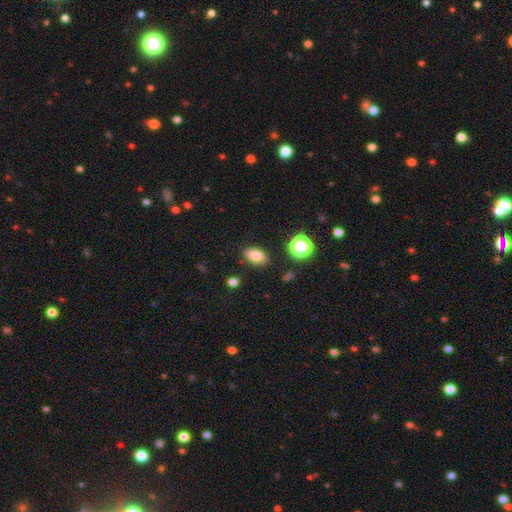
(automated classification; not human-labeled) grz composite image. It shows a smooth galaxy with no disk features (81%) that is in between round and cigar-shaped (87%). Merging: none (85%).